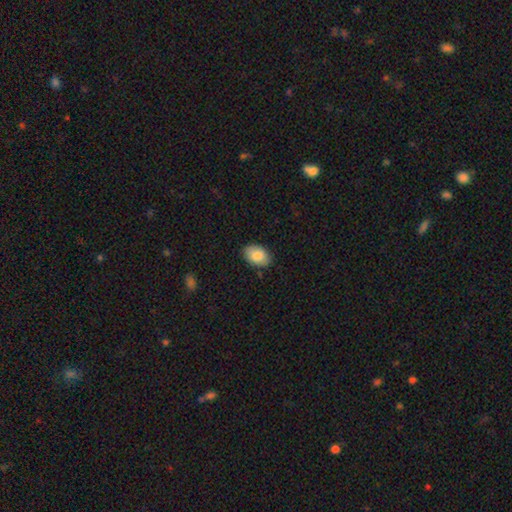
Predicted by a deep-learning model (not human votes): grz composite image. It shows a smooth galaxy with no disk features (85%) that is in between round and cigar-shaped (88%). Merging: none (85%).